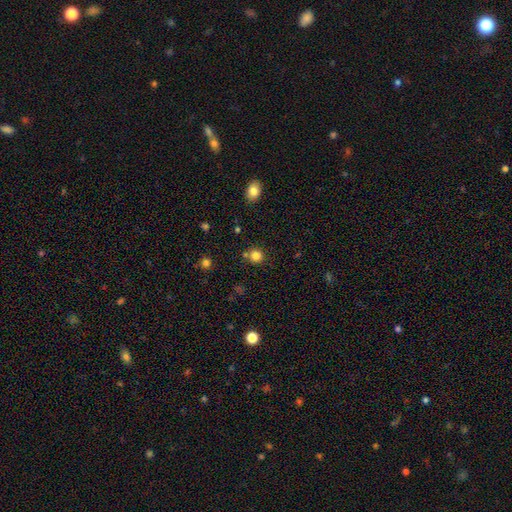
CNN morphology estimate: type=smooth (82%); roundness=round (89%); merging=none (77%).